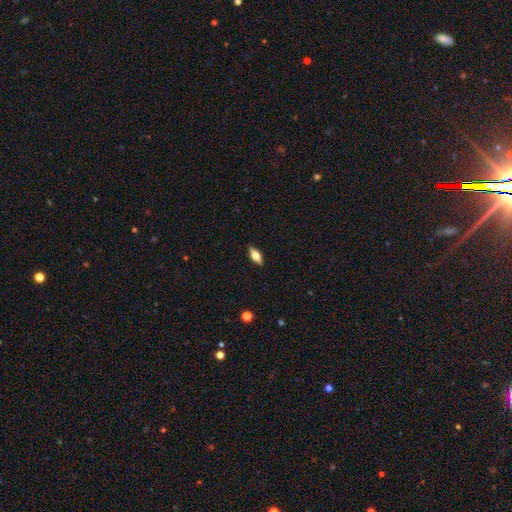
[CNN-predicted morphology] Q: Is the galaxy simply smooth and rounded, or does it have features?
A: smooth — 56%.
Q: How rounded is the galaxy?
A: in between — 75%.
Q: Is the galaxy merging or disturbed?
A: none — 89%.